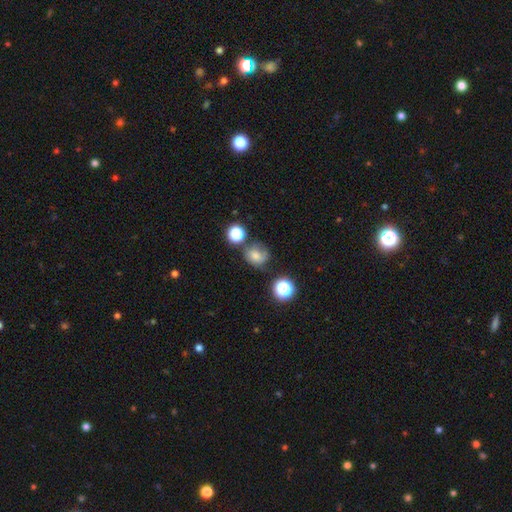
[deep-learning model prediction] A smooth galaxy with no disk features (65%) that is round (73%). Merging: none (51%).